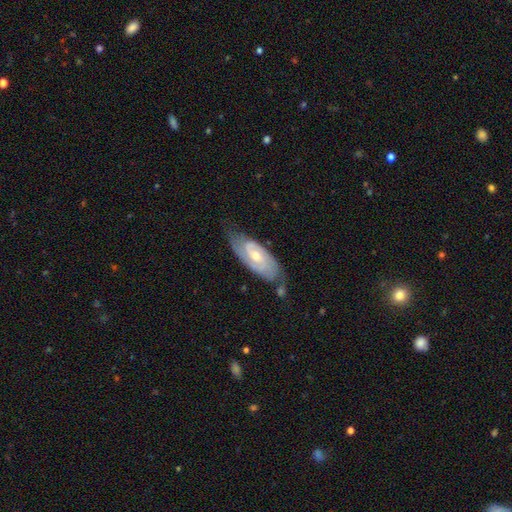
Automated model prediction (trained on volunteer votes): Smooth or featured: featured or disk — 81% (smooth — 14%)
Edge-on disk: no — 92% (yes — 8%)
Bar: no — 53% (weak — 37%)
Spiral arms: yes — 95% (no — 5%)
Spiral winding: tight — 59% (medium — 33%)
Spiral arm count: 2 — 72% (can't tell — 16%)
Bulge size: small — 49% (moderate — 47%)
Merging: none — 66% (minor disturbance — 23%)